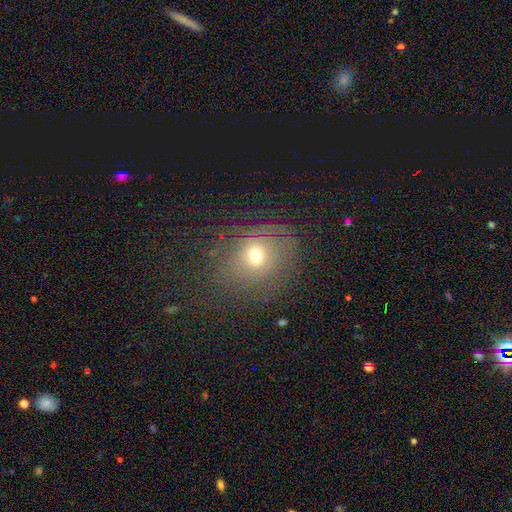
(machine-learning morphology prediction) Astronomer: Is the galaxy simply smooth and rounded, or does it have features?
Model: smooth — 58%.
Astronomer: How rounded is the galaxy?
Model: round — 67%.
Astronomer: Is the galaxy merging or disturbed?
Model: none — 70%.